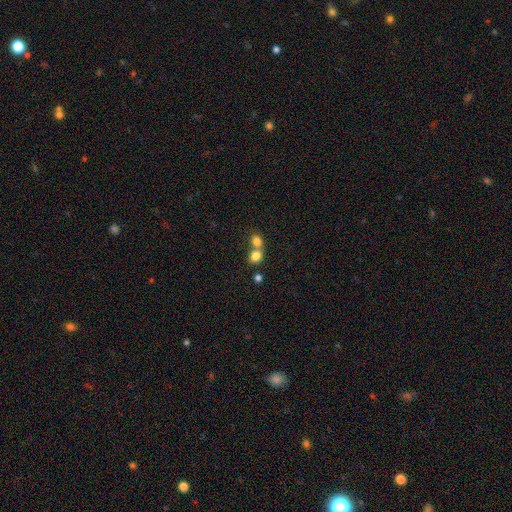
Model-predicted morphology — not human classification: Smooth or featured? smooth (79%)
How rounded? round (65%)
Merging? merger (58%)